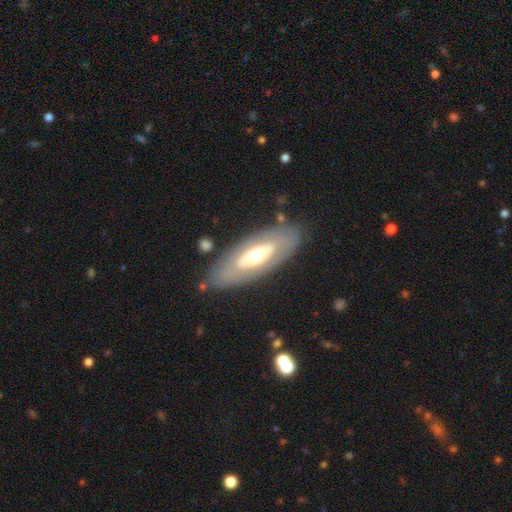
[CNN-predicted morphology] Smooth or featured? Predicted: featured or disk (p=0.58). Edge-on disk? Predicted: no (p=0.78). Merging? Predicted: none (p=0.82).